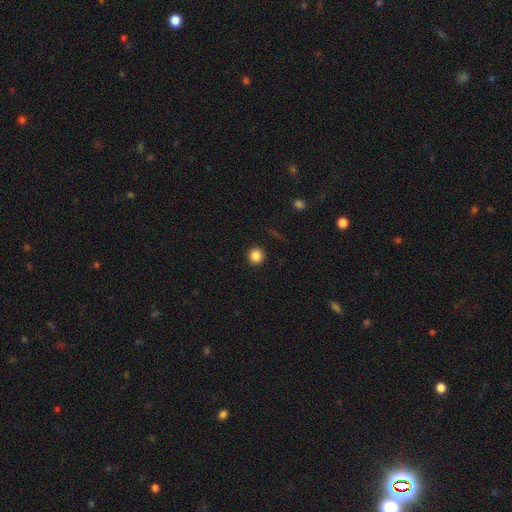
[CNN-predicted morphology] smooth 85%, star or artifact 10%, featured or disk 4%. Down the decision tree: how rounded — round (90%); merging — none (92%).